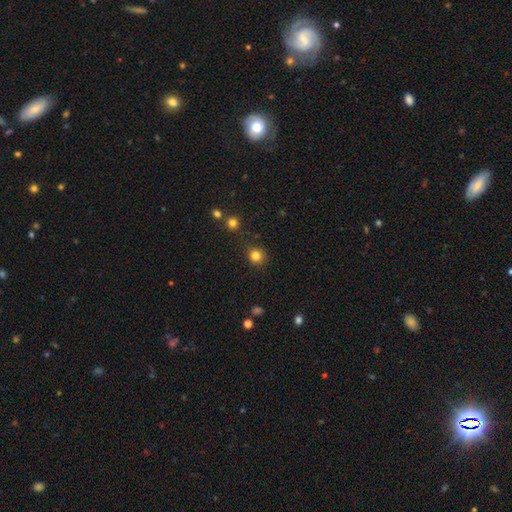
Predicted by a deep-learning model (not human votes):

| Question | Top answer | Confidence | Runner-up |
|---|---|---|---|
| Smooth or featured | smooth | 82% | star or artifact (13%) |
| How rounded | round | 88% | in between (11%) |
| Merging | none | 84% | minor disturbance (10%) |